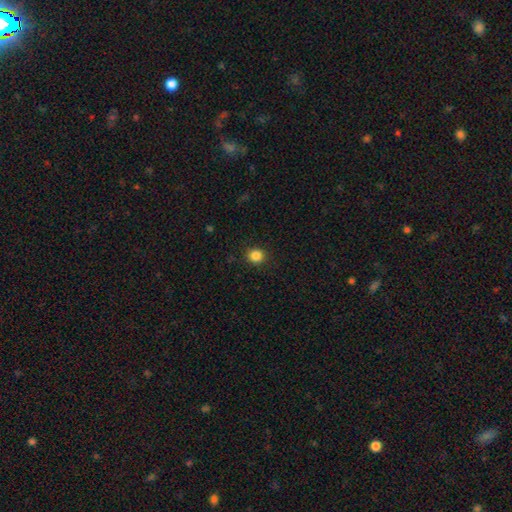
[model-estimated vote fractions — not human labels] smooth_or_featured: smooth (p=0.85) [alt: star or artifact p=0.11]
how_rounded: round (p=0.86) [alt: in between p=0.14]
merging: none (p=0.91) [alt: minor disturbance p=0.06]